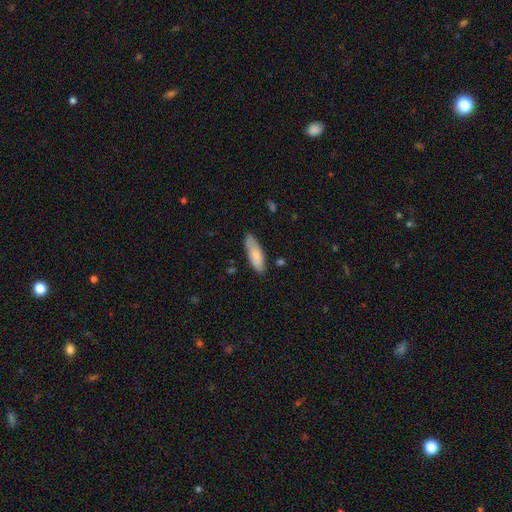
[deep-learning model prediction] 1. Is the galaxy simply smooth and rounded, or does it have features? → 75% smooth, 20% featured or disk, 6% star or artifact.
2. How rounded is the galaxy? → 62% in between, 36% cigar-shaped, 2% round.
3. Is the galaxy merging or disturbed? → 79% none, 17% minor disturbance, 3% major disturbance, 2% merger.